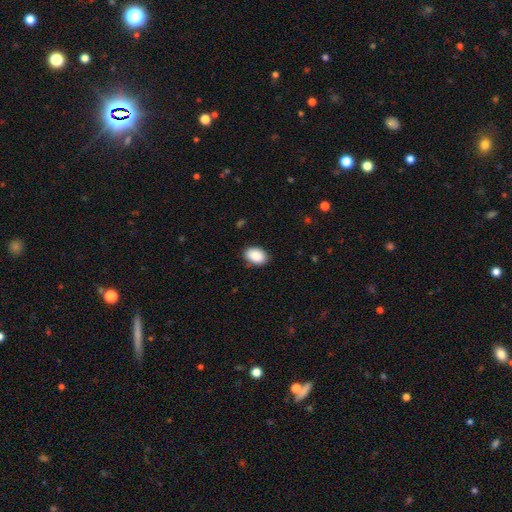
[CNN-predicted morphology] Overall: smooth (90%). How rounded: in between (86%). Merging: none (87%).